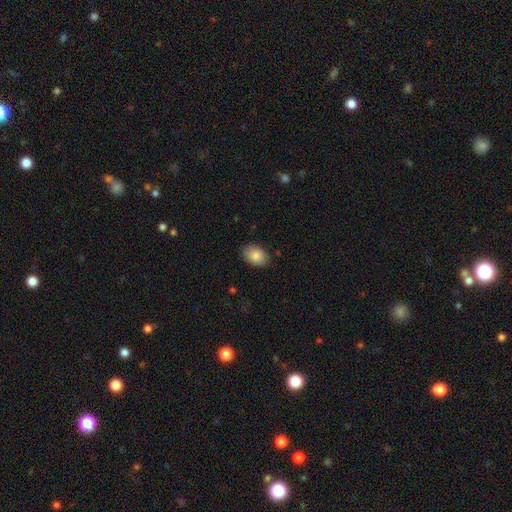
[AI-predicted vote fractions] smooth 85%, featured or disk 7%, star or artifact 7%. Down the decision tree: how rounded — in between (83%); merging — none (84%).